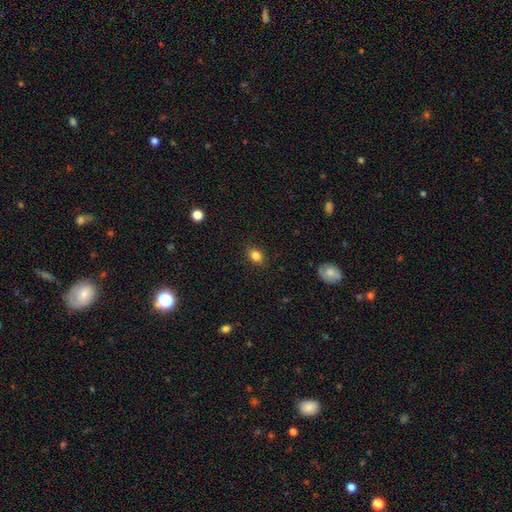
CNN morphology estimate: Smooth or featured?
  - smooth: 84% *
  - star or artifact: 10%
  - featured or disk: 6%
How rounded?
  - in between: 71% *
  - round: 27%
  - cigar-shaped: 1%
Merging?
  - none: 88% *
  - minor disturbance: 9%
  - major disturbance: 2%
  - merger: 1%